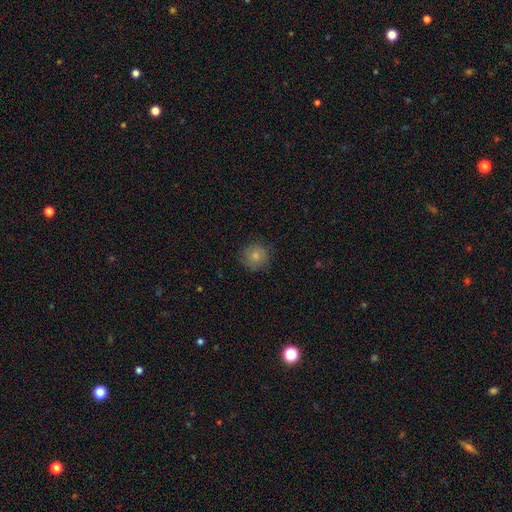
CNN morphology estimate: The model was most divided on "merging": none: 83%, minor disturbance: 13%, major disturbance: 3%, merger: 1%. More confident: how rounded — round (92%); smooth or featured — smooth (81%).